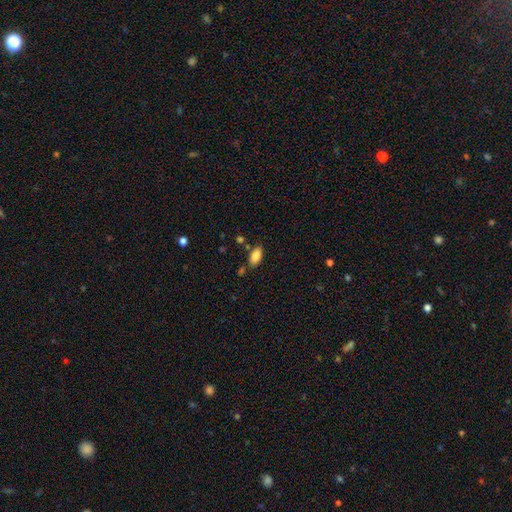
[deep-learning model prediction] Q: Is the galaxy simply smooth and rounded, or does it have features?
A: smooth — 86%.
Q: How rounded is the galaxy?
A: in between — 92%.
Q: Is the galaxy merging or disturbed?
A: none — 73%.